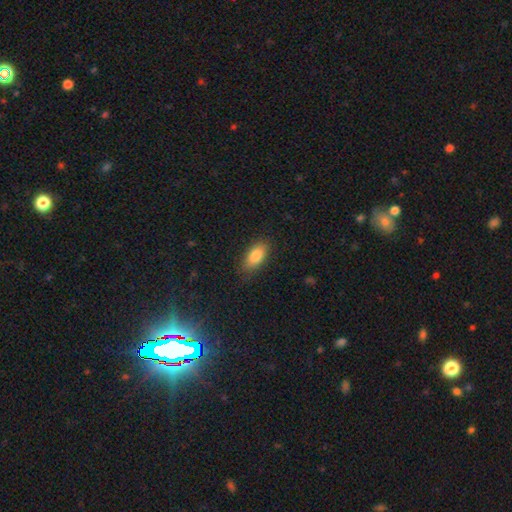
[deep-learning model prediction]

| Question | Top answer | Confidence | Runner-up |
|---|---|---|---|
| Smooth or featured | smooth | 84% | featured or disk (9%) |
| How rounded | in between | 87% | cigar-shaped (9%) |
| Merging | none | 82% | minor disturbance (14%) |